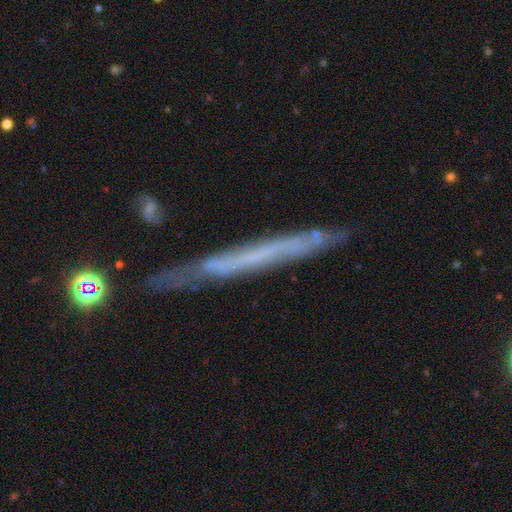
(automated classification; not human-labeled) Morphology: type=featured or disk (58%); edge-on=yes (91%); edge-on bulge=none (91%); merging=none (77%).